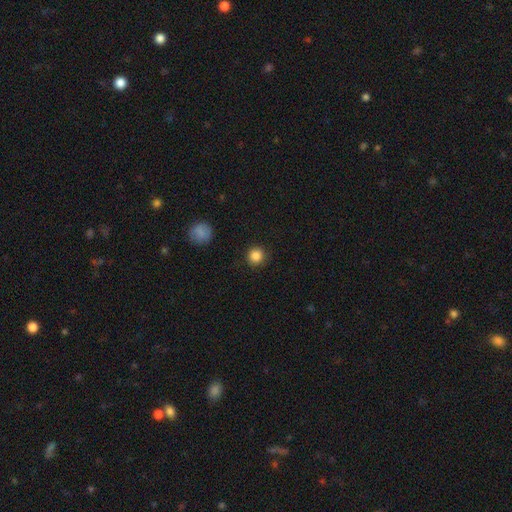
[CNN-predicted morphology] Overall: smooth (86%). How rounded: round (95%). Merging: none (91%).